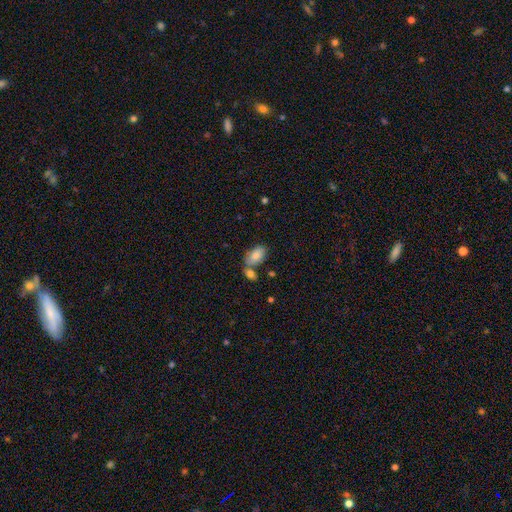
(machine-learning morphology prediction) Overall: smooth (81%). How rounded: in between (93%). Merging: none (50%; merger 32%).